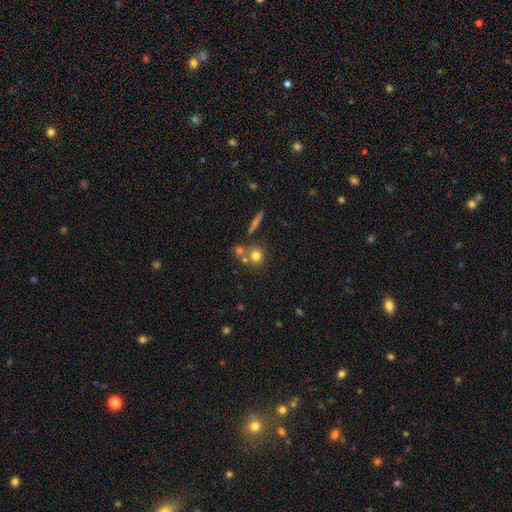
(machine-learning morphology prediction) The model was most divided on "merging": none: 54%, merger: 34%, minor disturbance: 9%, major disturbance: 4%. More confident: how rounded — round (85%); smooth or featured — smooth (73%).